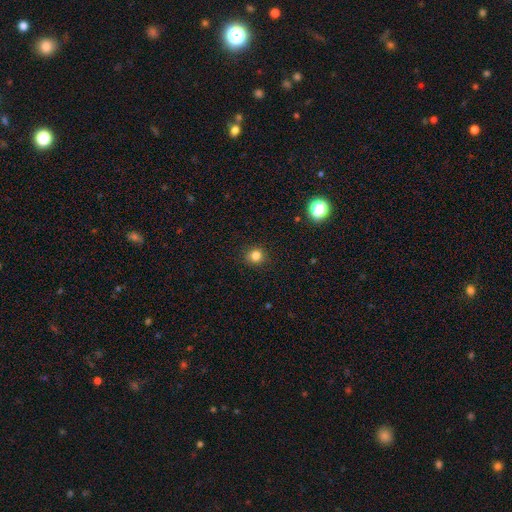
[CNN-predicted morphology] Smooth or featured?
  - smooth: 82% *
  - star or artifact: 13%
  - featured or disk: 5%
How rounded?
  - round: 89% *
  - in between: 10%
  - cigar-shaped: 1%
Merging?
  - none: 90% *
  - minor disturbance: 7%
  - major disturbance: 2%
  - merger: 1%